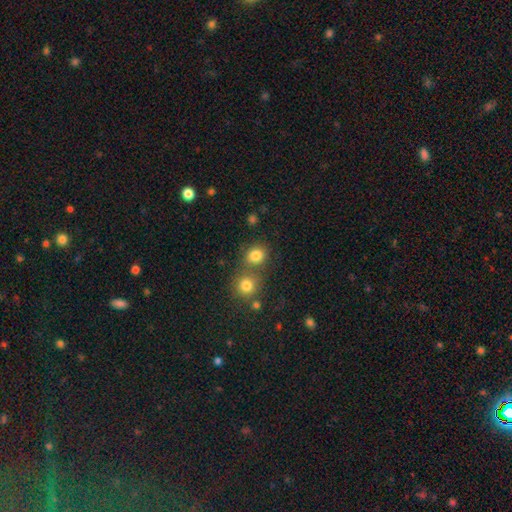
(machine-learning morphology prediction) Q: Smooth or featured?
A: smooth (82%); runner-up: star or artifact (13%)
Q: How rounded?
A: round (74%); runner-up: in between (25%)
Q: Merging?
A: none (60%); runner-up: merger (28%)